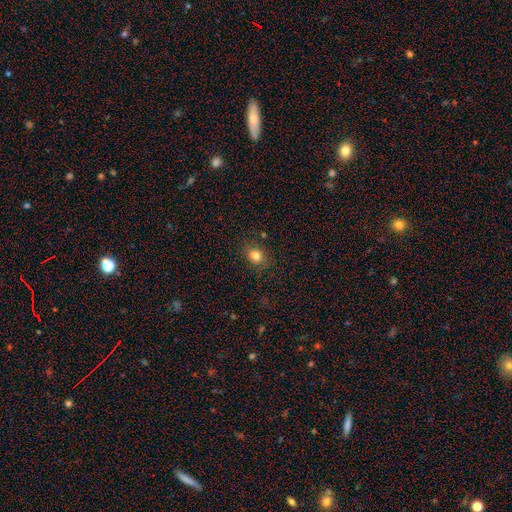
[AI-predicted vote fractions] Smooth or featured: smooth — 77% (star or artifact — 13%)
How rounded: round — 53% (in between — 45%)
Merging: none — 64% (merger — 18%)